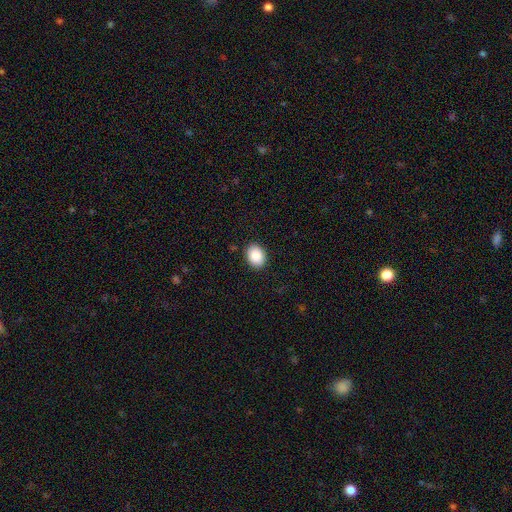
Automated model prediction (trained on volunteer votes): This is clearly a smooth galaxy (88%). How rounded: likely in between (61%). Merging: clearly none (90%).